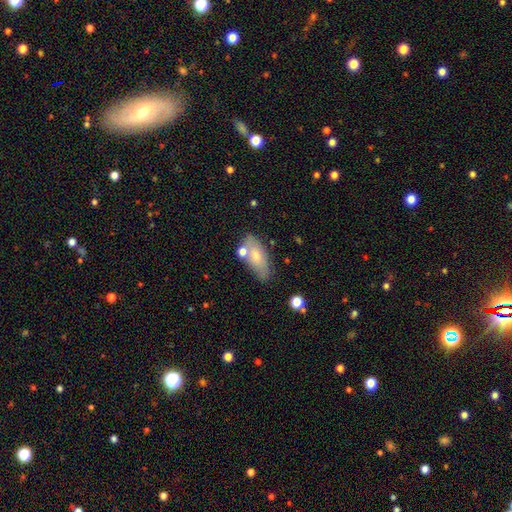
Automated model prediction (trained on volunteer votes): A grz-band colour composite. It shows a smooth galaxy with no disk features (69%) that is in between round and cigar-shaped (85%). Merging: none (61%).